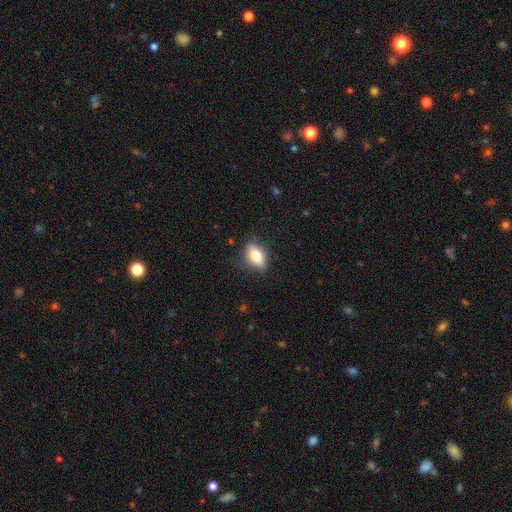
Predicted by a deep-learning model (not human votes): Smooth or featured? smooth (71%)
How rounded? in between (80%)
Merging? none (78%)